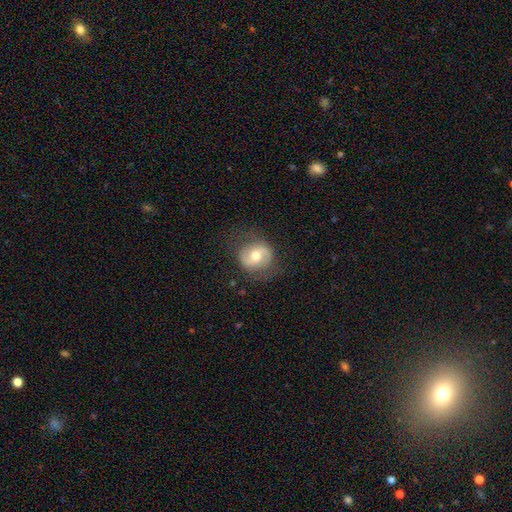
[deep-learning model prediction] smooth_or_featured: featured or disk (p=0.55) [alt: smooth p=0.38]
disk_edge_on: no (p=0.97) [alt: yes p=0.03]
bar: weak (p=0.41) [alt: no p=0.39]
has_spiral_arms: yes (p=0.75) [alt: no p=0.25]
bulge_size: moderate (p=0.73) [alt: small p=0.17]
merging: none (p=0.76) [alt: minor disturbance p=0.16]